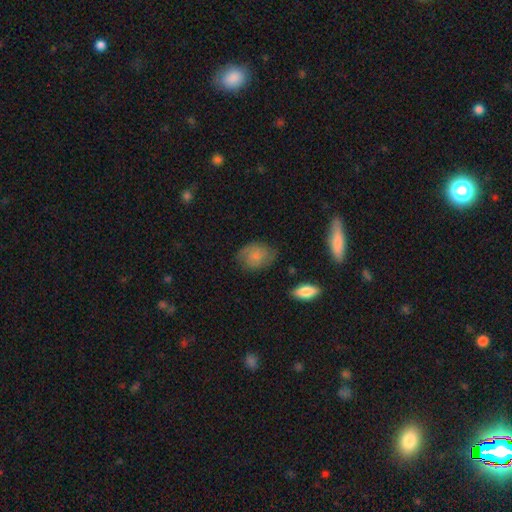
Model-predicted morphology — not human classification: Smooth or featured: smooth — 59% (featured or disk — 32%)
How rounded: in between — 62% (round — 36%)
Merging: none — 69% (minor disturbance — 23%)